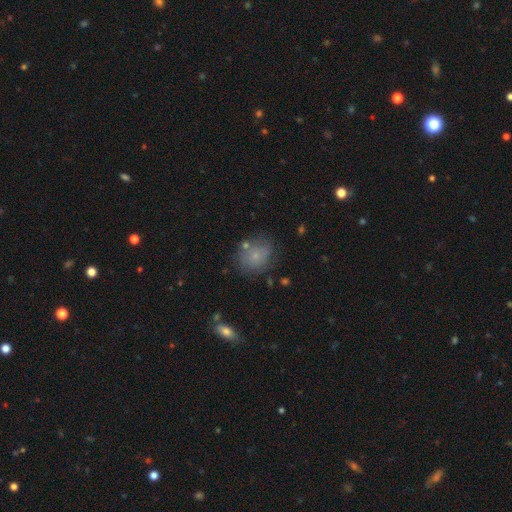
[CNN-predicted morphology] A smooth galaxy with no disk features (71%) that is round (61%). Merging: none (65%).